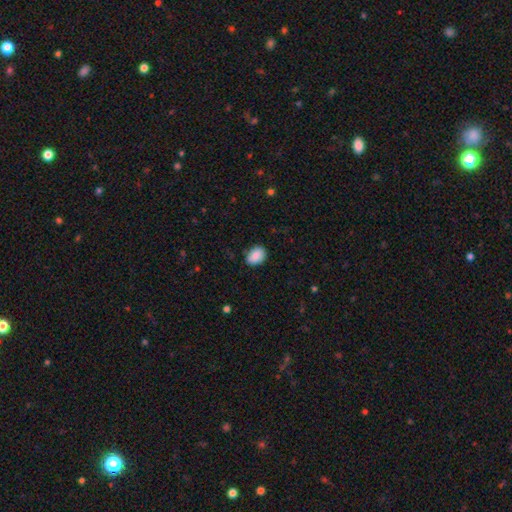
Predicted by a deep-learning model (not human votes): A smooth galaxy with no disk features (88%) that is in between round and cigar-shaped (73%).

Vote fractions:
- Smooth or featured? smooth: 88% / star or artifact: 7% / featured or disk: 4%
- How rounded? in between: 73% / round: 26% / cigar-shaped: 1%
- Merging? none: 81% / minor disturbance: 15% / major disturbance: 3% / merger: 1%